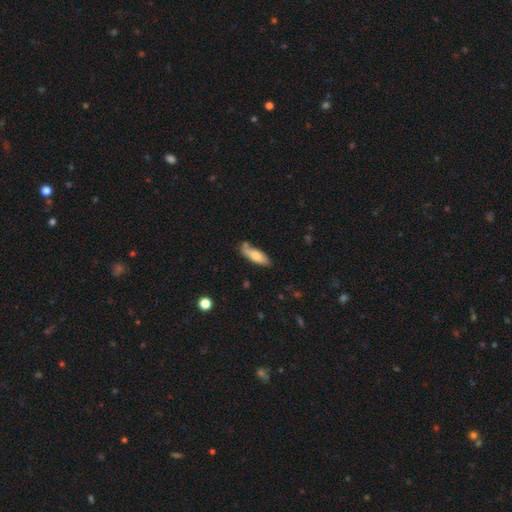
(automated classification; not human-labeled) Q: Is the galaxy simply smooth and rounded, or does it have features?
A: smooth — 72%.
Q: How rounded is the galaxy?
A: in between — 52%.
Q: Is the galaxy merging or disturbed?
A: none — 67%.